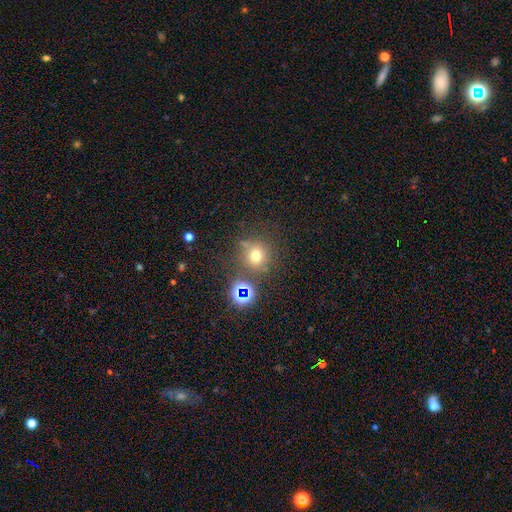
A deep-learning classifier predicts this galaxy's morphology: Q: Smooth or featured?
A: smooth (65%); runner-up: star or artifact (25%)
Q: How rounded?
A: round (91%); runner-up: in between (8%)
Q: Merging?
A: none (74%); runner-up: minor disturbance (11%)